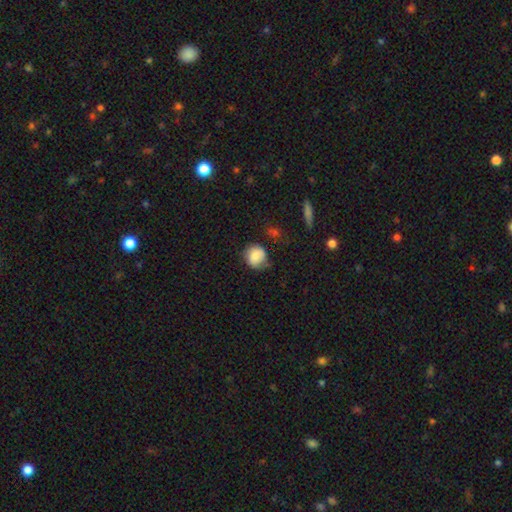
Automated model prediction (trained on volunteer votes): This is likely a smooth galaxy (80%). How rounded: likely round (77%). Merging: likely none (60%).